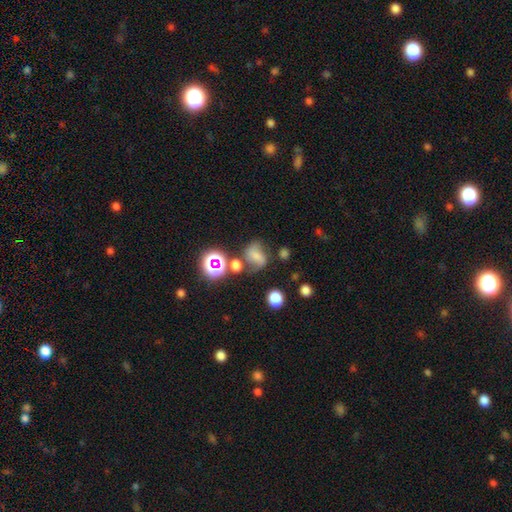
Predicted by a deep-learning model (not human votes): Smooth or featured?
  - smooth: 45% *
  - featured or disk: 34%
  - star or artifact: 21%
Merging?
  - none: 53% *
  - minor disturbance: 22%
  - merger: 13%
  - major disturbance: 12%